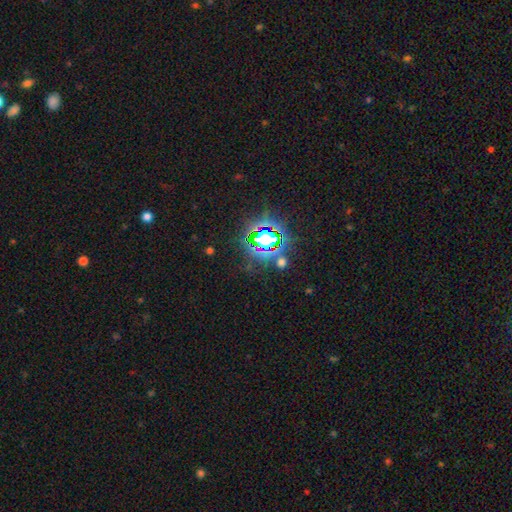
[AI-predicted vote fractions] Morphology: type=star or artifact (82%).